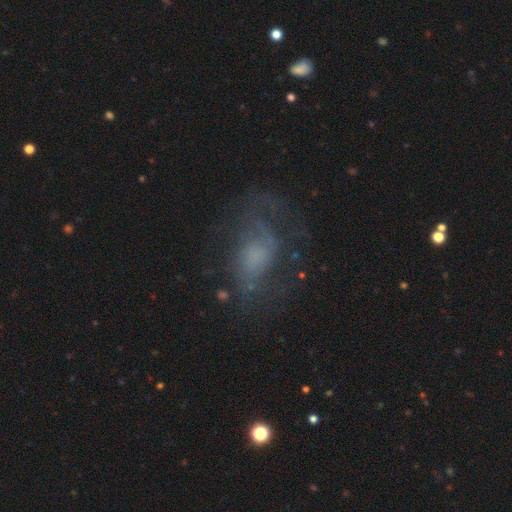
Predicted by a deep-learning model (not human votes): Morphology: type=featured or disk (64%); edge-on=no (96%); bar=no (72%); spiral arms=yes (78%); bulge=none (39%); merging=none (56%).